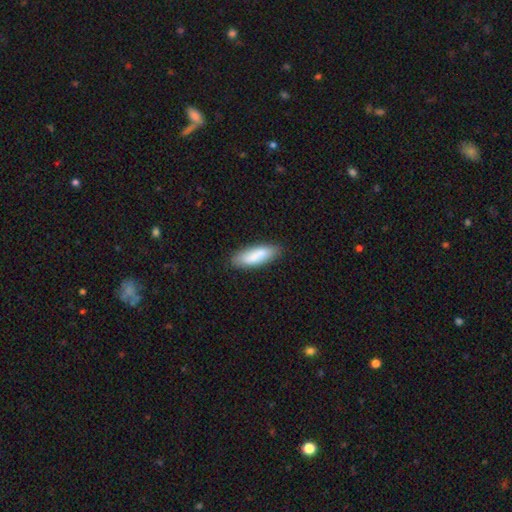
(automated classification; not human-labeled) Smooth or featured: smooth — 82% (featured or disk — 12%)
How rounded: in between — 55% (cigar-shaped — 43%)
Merging: none — 83% (minor disturbance — 13%)